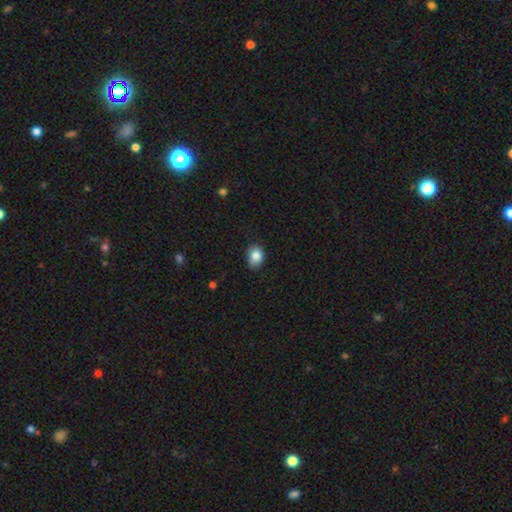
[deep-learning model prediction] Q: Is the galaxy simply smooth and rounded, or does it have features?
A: smooth — 85%.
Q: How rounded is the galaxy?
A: in between — 63%.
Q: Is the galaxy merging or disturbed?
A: none — 77%.